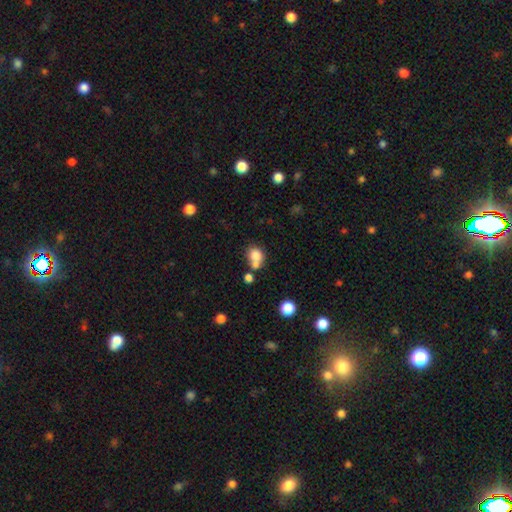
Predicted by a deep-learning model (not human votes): This appears to be a smooth galaxy with no disk features (78%) that is round (71%). Merging: none (44%).